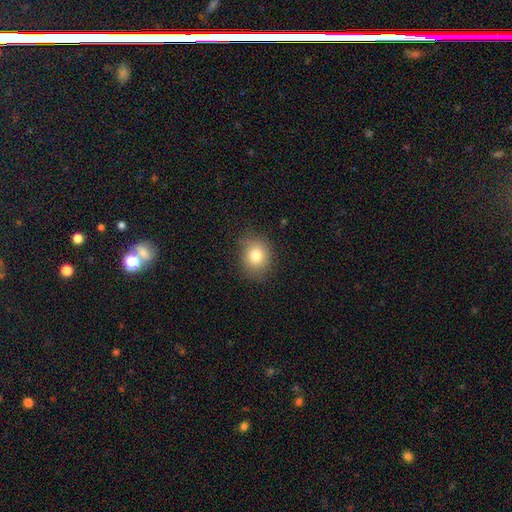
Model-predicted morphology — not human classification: smooth_or_featured: smooth (p=0.78) [alt: star or artifact p=0.12]
how_rounded: round (p=0.70) [alt: in between p=0.29]
merging: none (p=0.79) [alt: minor disturbance p=0.15]